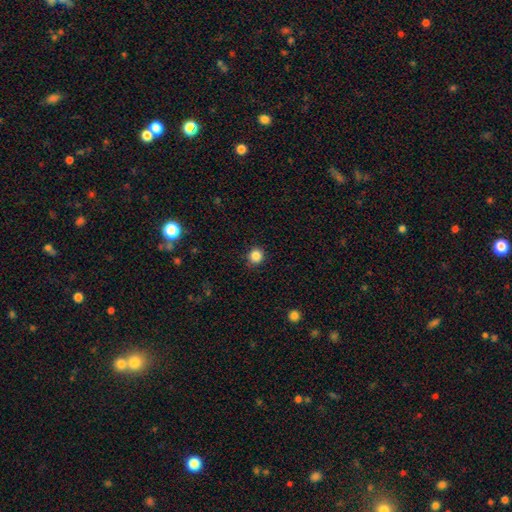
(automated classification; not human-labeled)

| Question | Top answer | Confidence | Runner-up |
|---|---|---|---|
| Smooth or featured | smooth | 85% | star or artifact (11%) |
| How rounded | round | 87% | in between (12%) |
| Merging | none | 88% | minor disturbance (9%) |